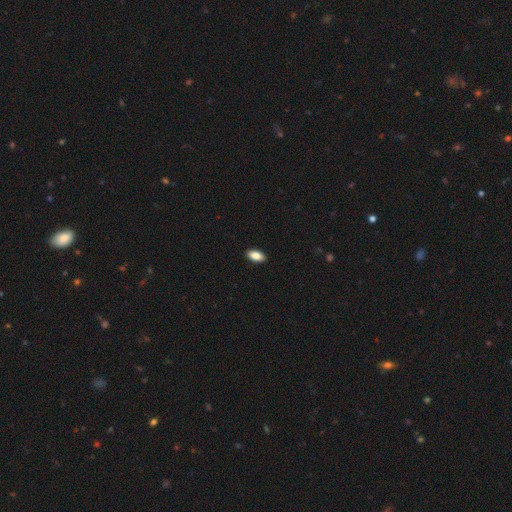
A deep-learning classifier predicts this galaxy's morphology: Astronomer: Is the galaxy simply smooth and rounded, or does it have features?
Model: smooth — 87%.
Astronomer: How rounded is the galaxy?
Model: in between — 93%.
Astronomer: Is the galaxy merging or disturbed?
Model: none — 91%.